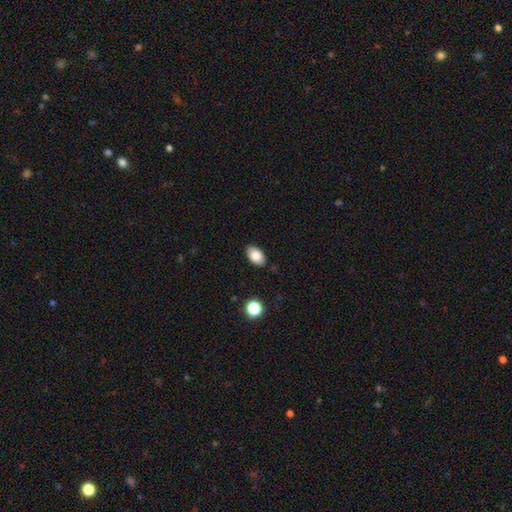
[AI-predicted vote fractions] Smooth or featured: smooth — 85% (star or artifact — 8%)
How rounded: in between — 91% (round — 8%)
Merging: none — 86% (minor disturbance — 11%)